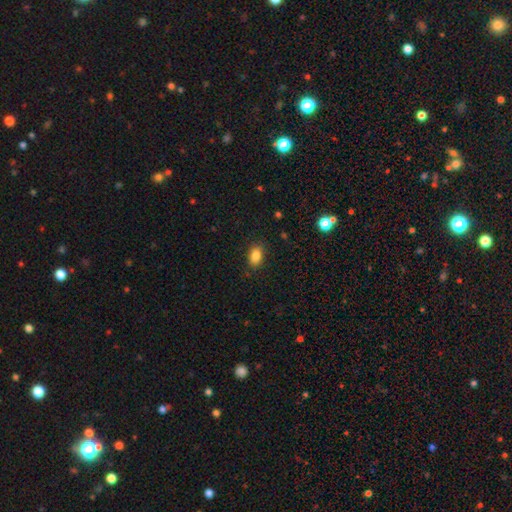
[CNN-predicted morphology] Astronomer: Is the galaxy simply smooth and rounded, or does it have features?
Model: smooth — 86%.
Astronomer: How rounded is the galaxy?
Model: in between — 86%.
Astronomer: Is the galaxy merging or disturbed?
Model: none — 86%.